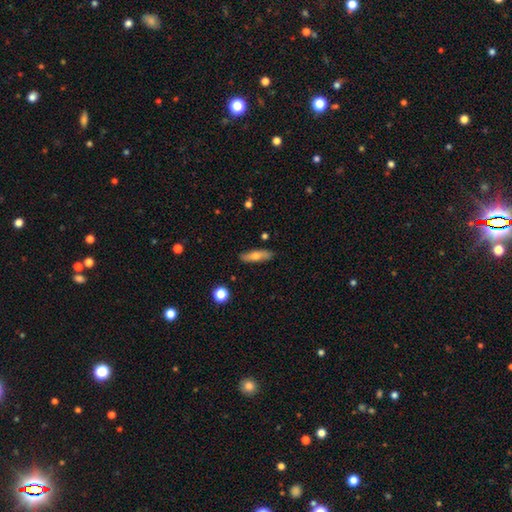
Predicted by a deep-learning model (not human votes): A smooth galaxy with no disk features (63%) that is cigar-shaped (59%).

Vote fractions:
- Smooth or featured? smooth: 63% / featured or disk: 30% / star or artifact: 7%
- How rounded? cigar-shaped: 59% / in between: 38% / round: 3%
- Merging? none: 87% / minor disturbance: 9% / major disturbance: 2% / merger: 2%